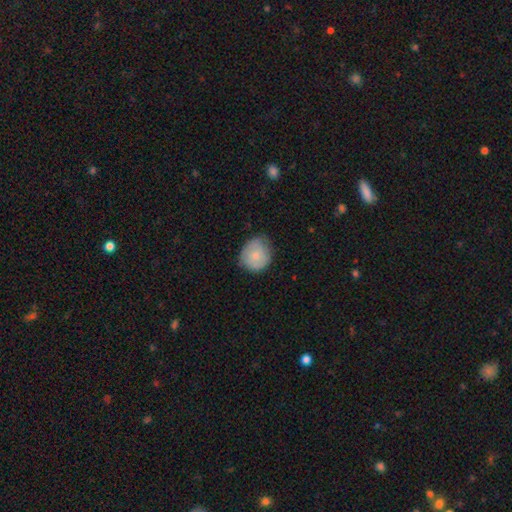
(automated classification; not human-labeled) Morphology: type=smooth (71%); roundness=round (78%); merging=none (63%).